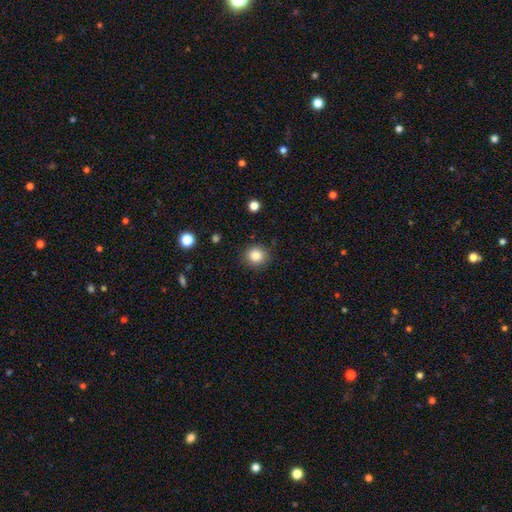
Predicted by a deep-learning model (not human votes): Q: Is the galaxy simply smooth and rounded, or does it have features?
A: smooth — 86%.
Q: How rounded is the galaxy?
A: round — 89%.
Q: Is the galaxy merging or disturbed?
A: none — 88%.